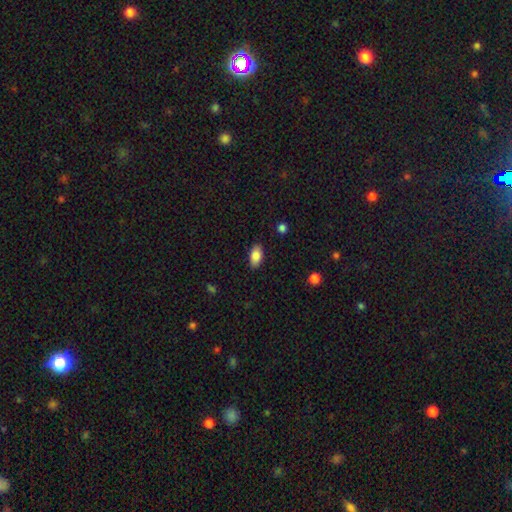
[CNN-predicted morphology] Smooth or featured? Predicted: smooth (p=0.86). How rounded? Predicted: in between (p=0.93). Merging? Predicted: none (p=0.86).